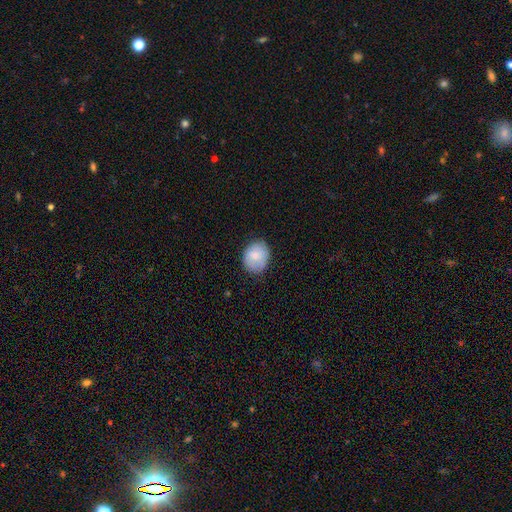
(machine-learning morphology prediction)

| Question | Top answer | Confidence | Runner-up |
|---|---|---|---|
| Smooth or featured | smooth | 81% | featured or disk (12%) |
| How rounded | round | 57% | in between (42%) |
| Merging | none | 77% | minor disturbance (18%) |